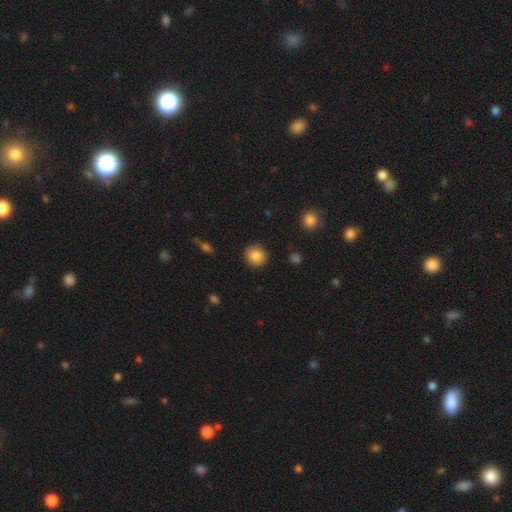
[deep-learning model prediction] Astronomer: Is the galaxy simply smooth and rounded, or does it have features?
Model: smooth — 86%.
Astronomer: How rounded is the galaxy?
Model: round — 89%.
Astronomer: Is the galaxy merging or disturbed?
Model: none — 91%.